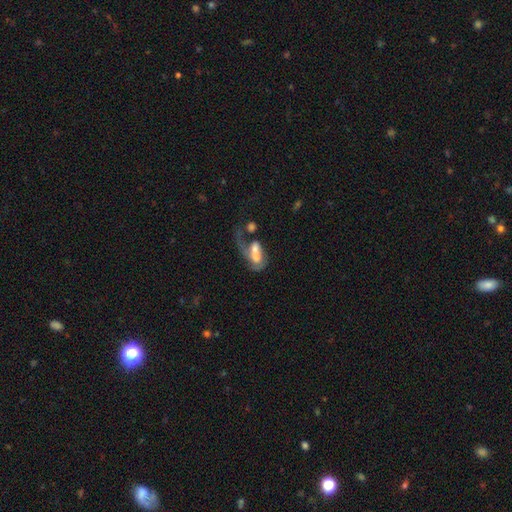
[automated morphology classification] Smooth or featured: featured or disk — 48% (smooth — 43%)
Merging: major disturbance — 42% (merger — 34%)